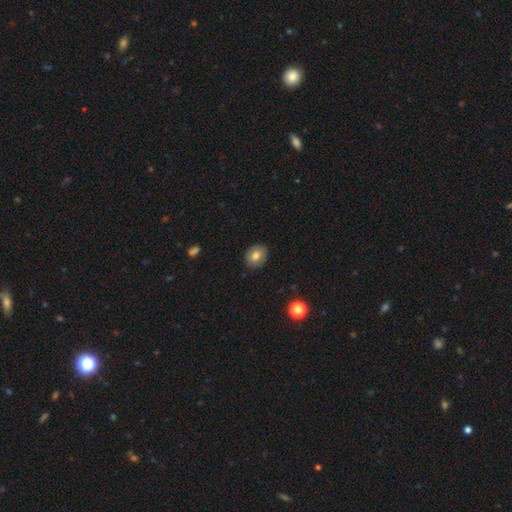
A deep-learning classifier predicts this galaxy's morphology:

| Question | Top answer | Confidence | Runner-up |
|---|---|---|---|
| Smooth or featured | smooth | 74% | featured or disk (16%) |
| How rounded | round | 62% | in between (38%) |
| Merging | none | 87% | minor disturbance (10%) |